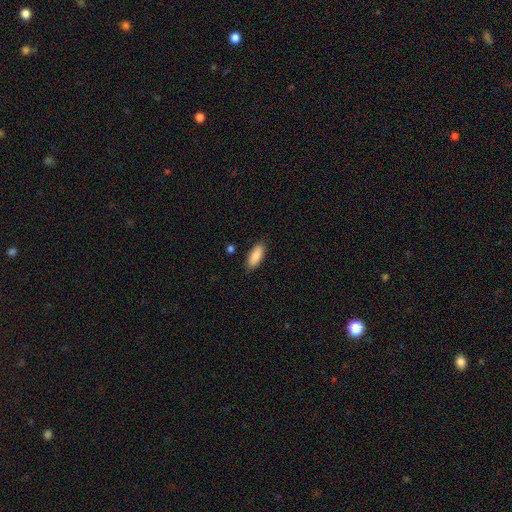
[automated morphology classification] smooth 87%, featured or disk 6%, star or artifact 6%. Down the decision tree: how rounded — in between (82%); merging — none (85%).